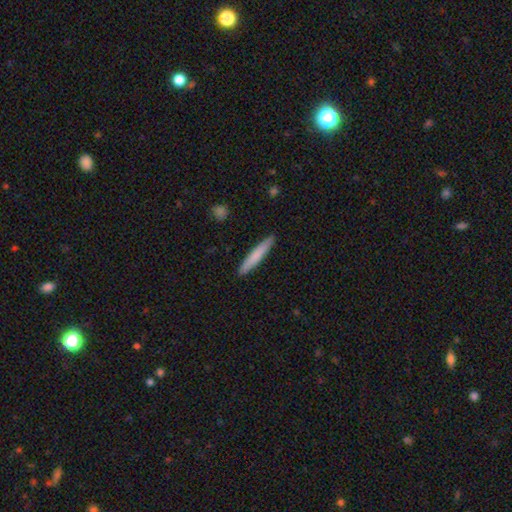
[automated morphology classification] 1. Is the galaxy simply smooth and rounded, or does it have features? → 76% smooth, 19% featured or disk, 5% star or artifact.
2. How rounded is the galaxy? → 95% cigar-shaped, 4% in between, 1% round.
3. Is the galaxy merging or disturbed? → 91% none, 6% minor disturbance, 1% major disturbance, 1% merger.